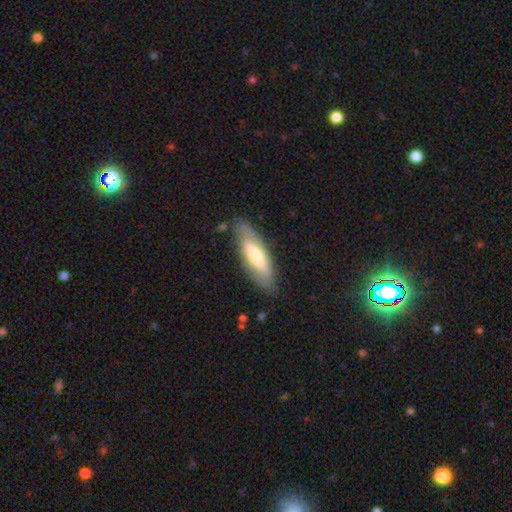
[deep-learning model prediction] smooth-or-featured: smooth: 55% | featured or disk: 39% | star or artifact: 6%
  how-rounded: in between: 51% | cigar-shaped: 48% | round: 2%
  merging: none: 80% | minor disturbance: 14% | major disturbance: 4% | merger: 2%